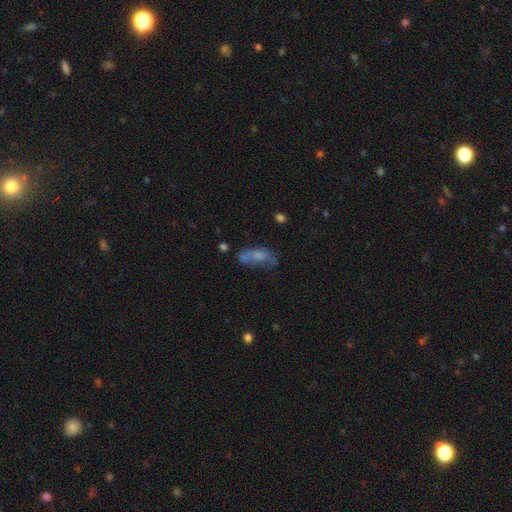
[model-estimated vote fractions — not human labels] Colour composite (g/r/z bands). It shows a smooth galaxy with no disk features (49%). Merging: none (35%).